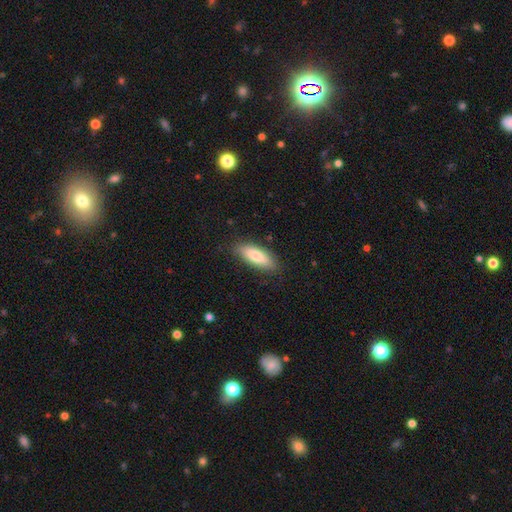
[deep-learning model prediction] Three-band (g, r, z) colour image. It shows a smooth galaxy with no disk features (81%) that is in between round and cigar-shaped (65%). Merging: none (85%).